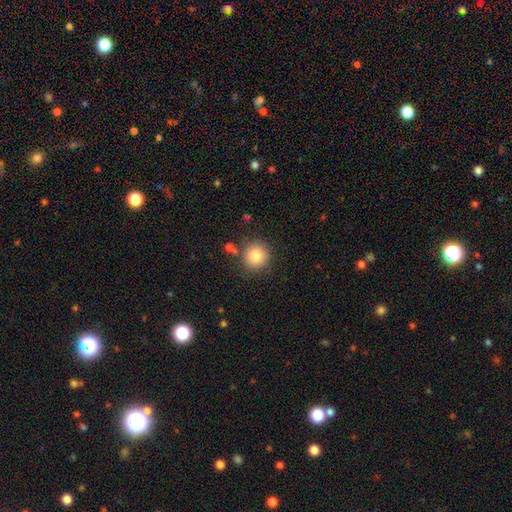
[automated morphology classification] A smooth galaxy with no disk features (83%) that is round (94%).

Vote fractions:
- Smooth or featured? smooth: 83% / star or artifact: 10% / featured or disk: 7%
- How rounded? round: 94% / in between: 5% / cigar-shaped: 1%
- Merging? none: 83% / minor disturbance: 9% / merger: 5% / major disturbance: 3%